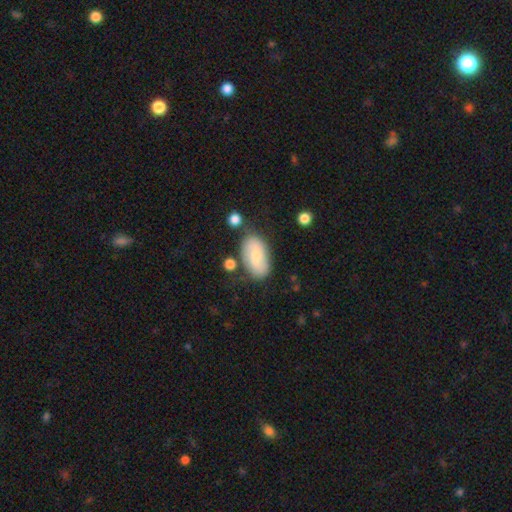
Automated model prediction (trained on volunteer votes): Q: Smooth or featured?
A: smooth (63%); runner-up: featured or disk (30%)
Q: How rounded?
A: in between (93%); runner-up: round (5%)
Q: Merging?
A: none (71%); runner-up: minor disturbance (18%)